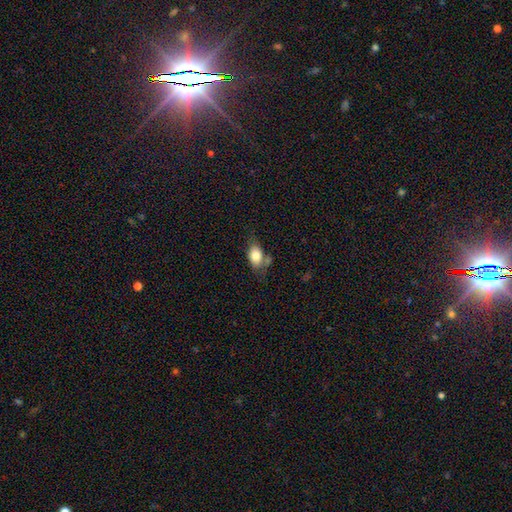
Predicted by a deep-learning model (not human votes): Morphology: type=smooth (80%); roundness=in between (84%); merging=none (53%).